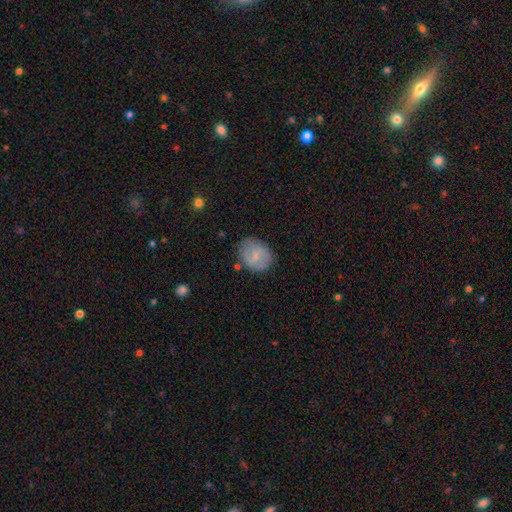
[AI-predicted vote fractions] A smooth galaxy with no disk features (55%) that is round (53%).

Vote fractions:
- Smooth or featured? smooth: 55% / featured or disk: 38% / star or artifact: 7%
- How rounded? round: 53% / in between: 46% / cigar-shaped: 1%
- Merging? none: 74% / minor disturbance: 19% / major disturbance: 5% / merger: 2%